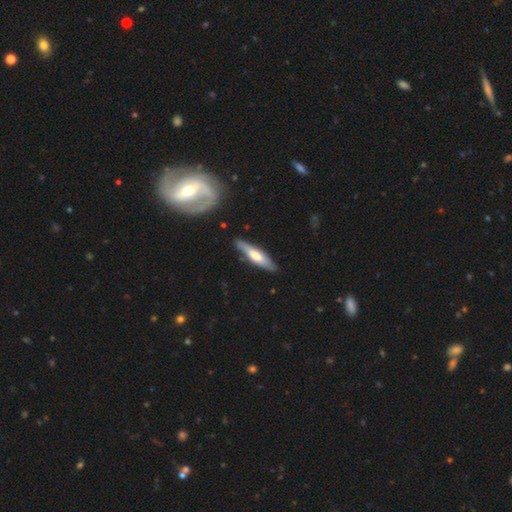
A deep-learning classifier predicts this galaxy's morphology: Overall: smooth (48%; featured or disk 47%). Merging: none (82%).